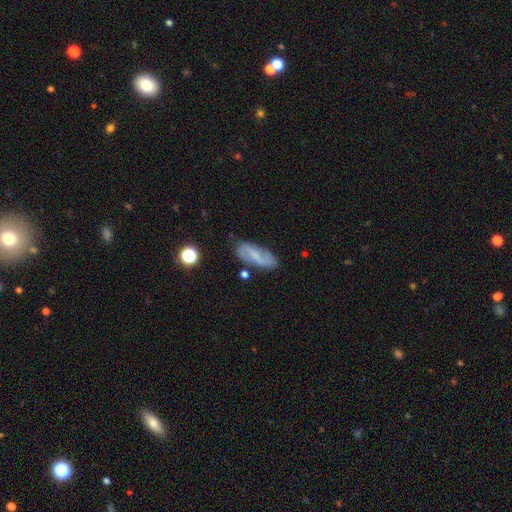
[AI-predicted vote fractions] smooth-or-featured: featured or disk: 62% | smooth: 30% | star or artifact: 8%
  disk-edge-on: no: 91% | yes: 9%
    bar: weak: 47% | no: 29% | strong: 24%
    has-spiral-arms: yes: 89% | no: 11%
      spiral-winding: loose: 44% | medium: 37% | tight: 19%
      spiral-arm-count: 2: 85% | can't tell: 9% | 1: 3% | 3: 1% | 4: 1% | more than 4: 1%
    bulge-size: small: 48% | none: 31% | moderate: 18% | large: 2% | dominant: 1%
  merging: none: 76% | minor disturbance: 16% | major disturbance: 4% | merger: 3%